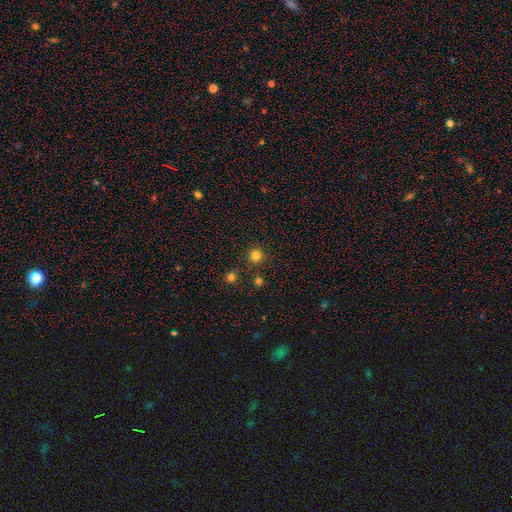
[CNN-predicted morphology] smooth-or-featured: smooth: 80% | star or artifact: 16% | featured or disk: 4%
  how-rounded: round: 95% | in between: 4% | cigar-shaped: 1%
  merging: none: 88% | minor disturbance: 6% | merger: 4% | major disturbance: 2%